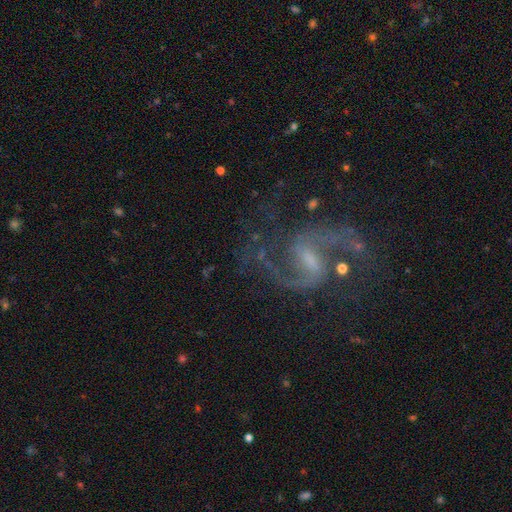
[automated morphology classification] This appears to be a featured or disk galaxy (90%) with a weak bar (57%), 2 (94%) medium (54%) spiral arms (98%) and a small central bulge (57%). Merging: none (74%).